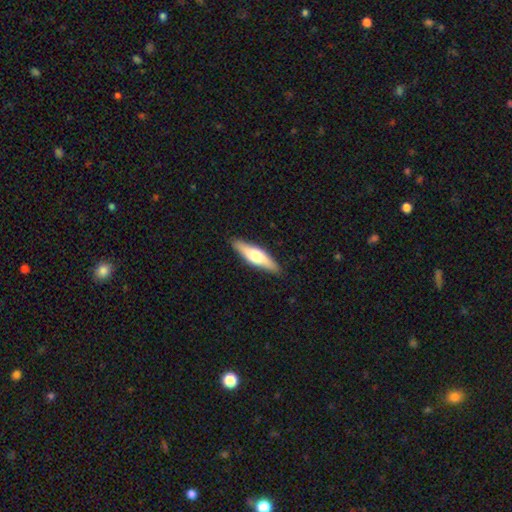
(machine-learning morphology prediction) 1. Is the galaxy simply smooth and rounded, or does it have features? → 48% featured or disk, 47% smooth, 5% star or artifact.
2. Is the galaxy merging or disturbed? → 89% none, 8% minor disturbance, 2% major disturbance, 1% merger.